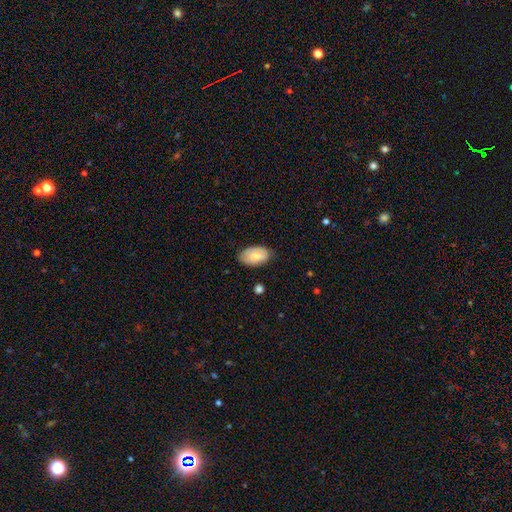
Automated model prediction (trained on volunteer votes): The model was most divided on "smooth or featured": smooth: 76%, featured or disk: 18%, star or artifact: 6%. More confident: how rounded — in between (94%); merging — none (77%).